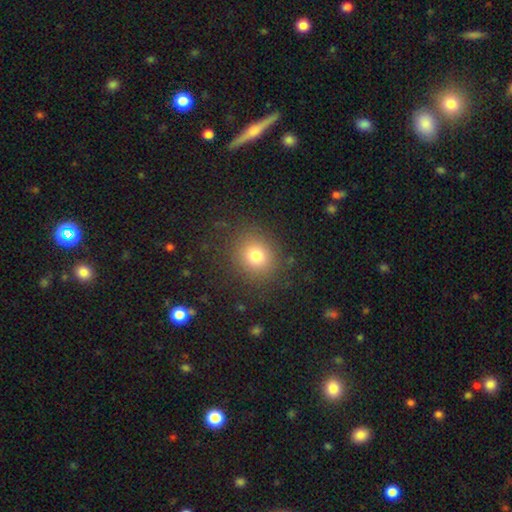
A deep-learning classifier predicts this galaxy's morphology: The model was most divided on "how rounded": round: 81%, in between: 18%, cigar-shaped: 1%. More confident: merging — none (85%); smooth or featured — smooth (77%).